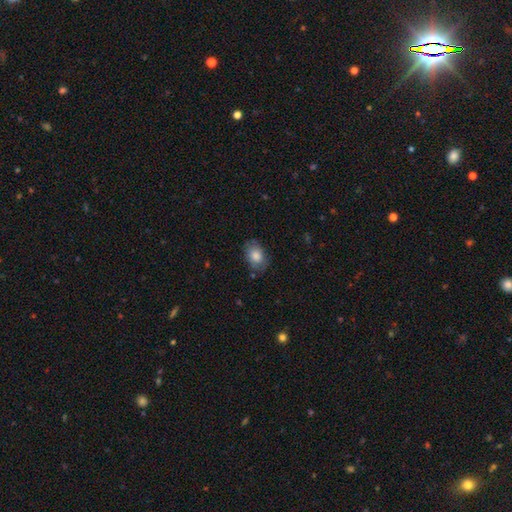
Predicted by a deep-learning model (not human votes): This is clearly a smooth galaxy (81%). How rounded: clearly in between (80%). Merging: likely none (75%).